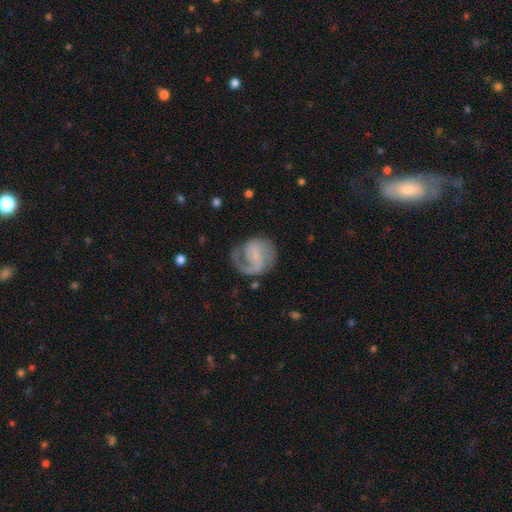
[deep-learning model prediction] Smooth or featured? featured or disk (78%)
Edge-on disk? no (98%)
Bar? weak (46%)
Spiral arms? yes (94%)
Spiral winding? medium (47%)
Spiral arm count? 2 (53%)
Bulge size? small (50%)
Merging? none (60%)